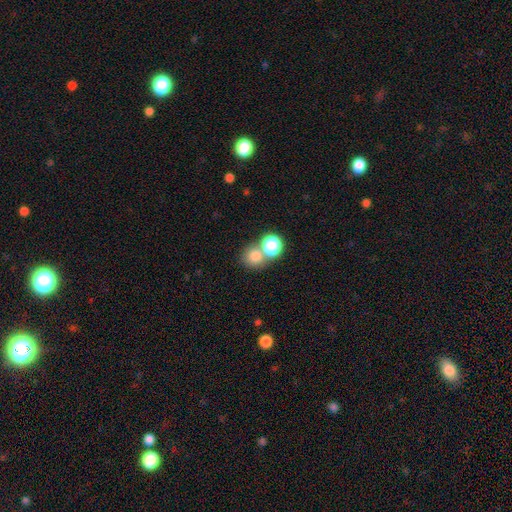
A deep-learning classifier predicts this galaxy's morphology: Q: Smooth or featured?
A: smooth (76%); runner-up: star or artifact (16%)
Q: How rounded?
A: round (85%); runner-up: in between (14%)
Q: Merging?
A: none (54%); runner-up: merger (35%)